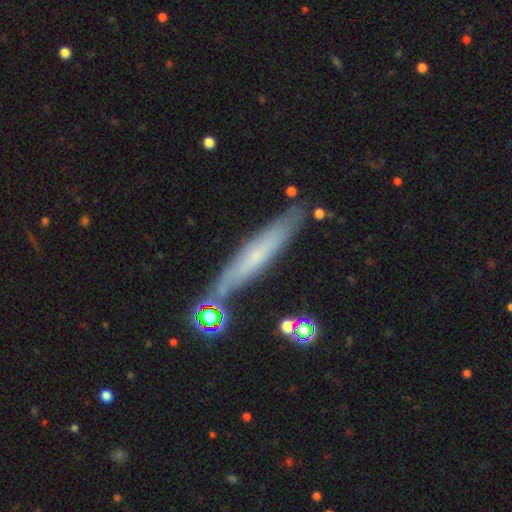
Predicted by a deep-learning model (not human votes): Smooth or featured? Predicted: smooth (p=0.46). Merging? Predicted: none (p=0.79).